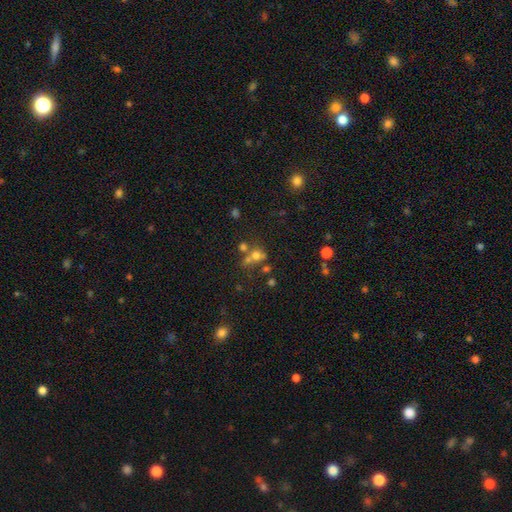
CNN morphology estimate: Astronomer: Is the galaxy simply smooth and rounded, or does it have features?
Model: smooth — 61%.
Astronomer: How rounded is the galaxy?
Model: round — 79%.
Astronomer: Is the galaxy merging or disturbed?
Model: merger — 44% (runner-up: none, 40%).